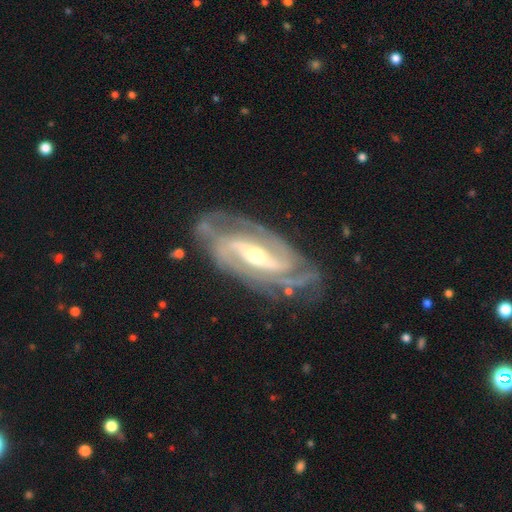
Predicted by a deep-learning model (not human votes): Morphology: type=featured or disk (90%); edge-on=no (94%); bar=strong (49%); spiral arms=yes (97%); winding=tight (48%); arm count=2 (54%); bulge=moderate (58%); merging=none (73%).